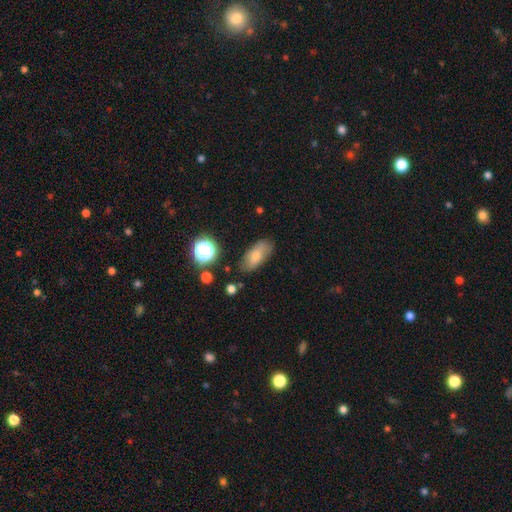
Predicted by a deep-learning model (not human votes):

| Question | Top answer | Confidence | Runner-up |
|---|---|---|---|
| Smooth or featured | smooth | 65% | featured or disk (23%) |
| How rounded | in between | 82% | cigar-shaped (12%) |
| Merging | none | 76% | minor disturbance (17%) |